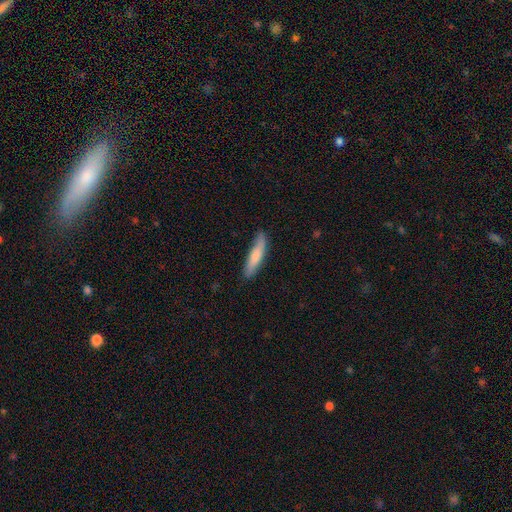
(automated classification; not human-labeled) A smooth galaxy with no disk features (75%) that is cigar-shaped (83%). Merging: none (80%).